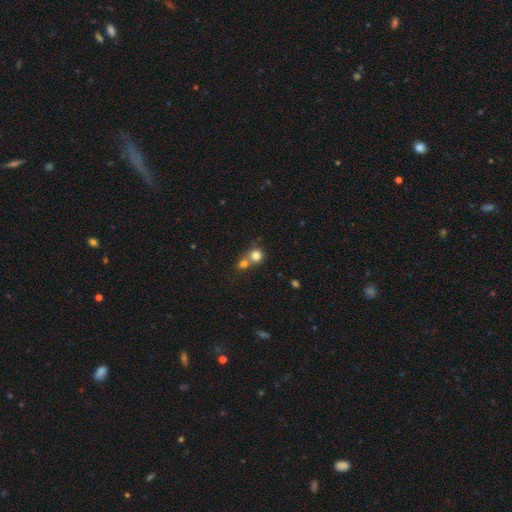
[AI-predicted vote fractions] The model was most divided on "merging": merger: 52%, none: 39%, minor disturbance: 6%, major disturbance: 3%. More confident: how rounded — round (86%); smooth or featured — smooth (80%).